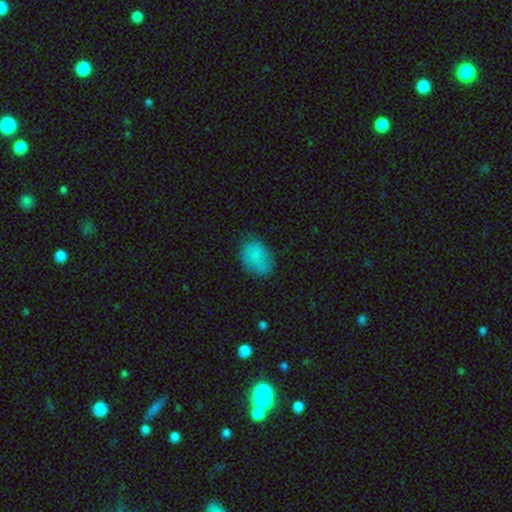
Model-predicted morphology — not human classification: Overall: smooth (81%). How rounded: in between (81%). Merging: none (68%).